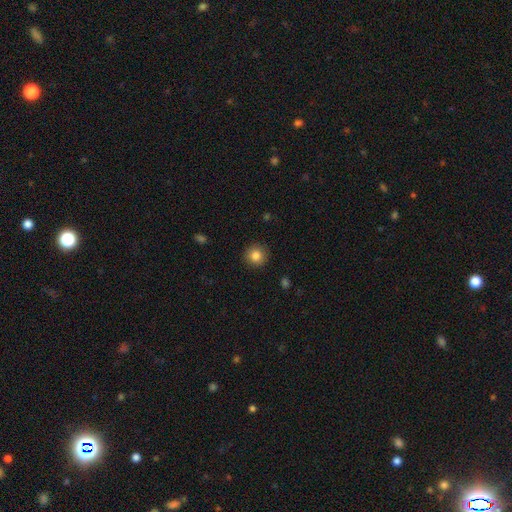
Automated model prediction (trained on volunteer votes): Smooth or featured? smooth (84%)
How rounded? round (94%)
Merging? none (91%)